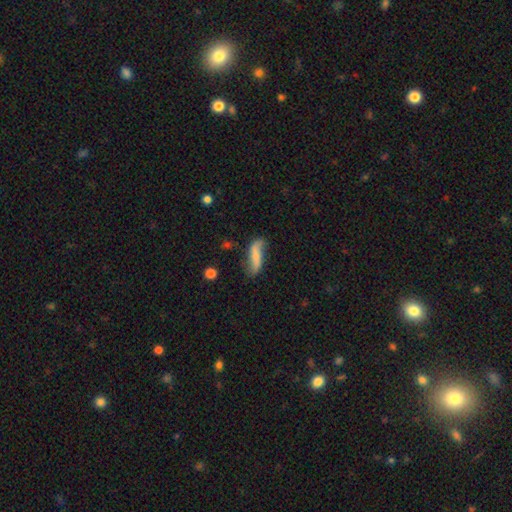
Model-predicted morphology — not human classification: smooth-or-featured: featured or disk: 51% | smooth: 42% | star or artifact: 7%
  disk-edge-on: no: 82% | yes: 18%
  merging: none: 60% | minor disturbance: 26% | major disturbance: 10% | merger: 4%